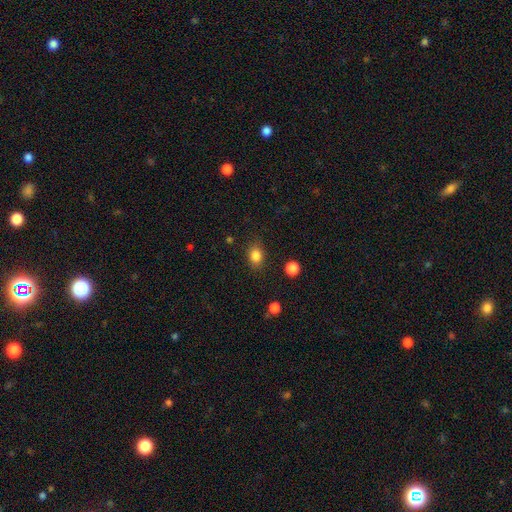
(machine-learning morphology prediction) smooth_or_featured: smooth (p=0.84) [alt: star or artifact p=0.11]
how_rounded: in between (p=0.56) [alt: round p=0.43]
merging: none (p=0.83) [alt: minor disturbance p=0.12]